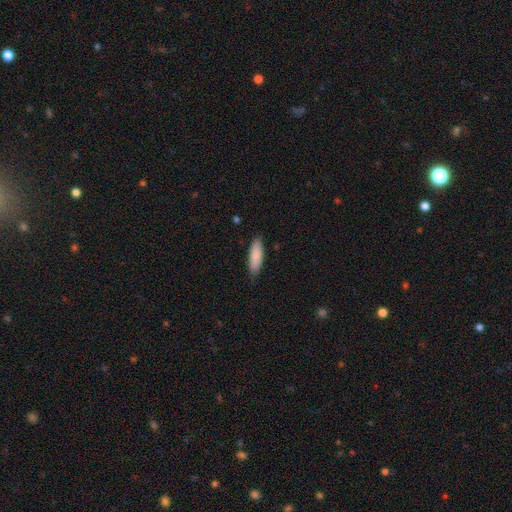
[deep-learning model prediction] Smooth or featured? Predicted: smooth (p=0.87). How rounded? Predicted: in between (p=0.53). Merging? Predicted: none (p=0.84).